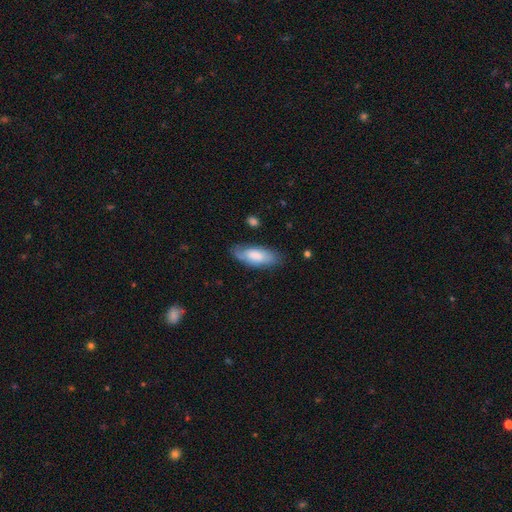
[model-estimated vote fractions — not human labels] smooth-or-featured: smooth: 73% | featured or disk: 21% | star or artifact: 6%
  how-rounded: in between: 79% | cigar-shaped: 19% | round: 2%
  merging: none: 72% | minor disturbance: 21% | major disturbance: 5% | merger: 2%